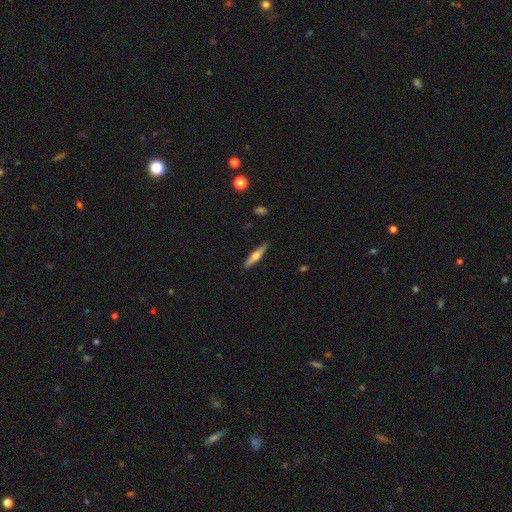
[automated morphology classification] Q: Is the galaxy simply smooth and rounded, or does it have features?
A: featured or disk — 51%.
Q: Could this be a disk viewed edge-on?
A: yes — 94%.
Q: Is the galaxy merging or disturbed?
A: none — 90%.